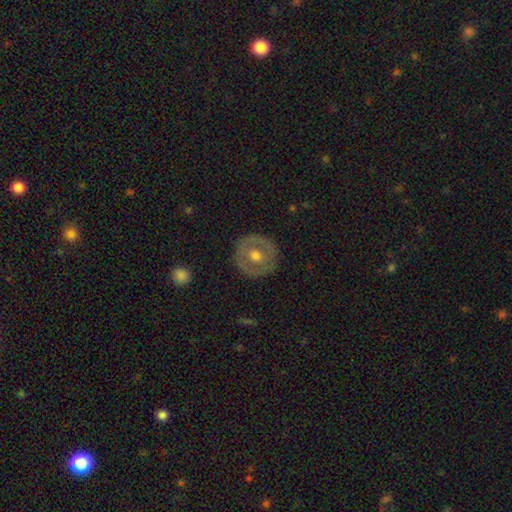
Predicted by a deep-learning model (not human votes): Morphology: type=featured or disk (47%); merging=none (87%).